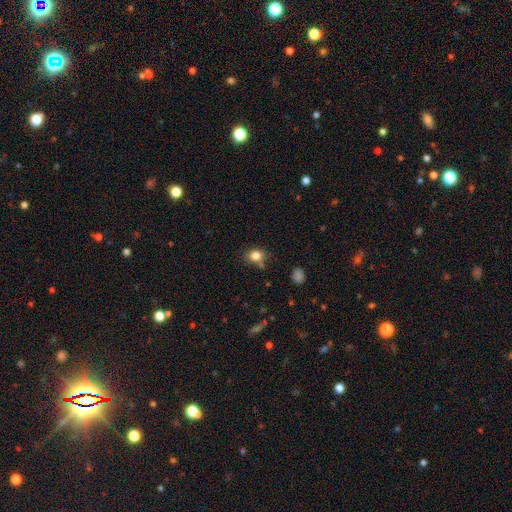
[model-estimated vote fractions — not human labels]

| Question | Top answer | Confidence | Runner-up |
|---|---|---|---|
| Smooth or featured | smooth | 81% | star or artifact (11%) |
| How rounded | round | 54% | in between (45%) |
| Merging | none | 65% | minor disturbance (22%) |